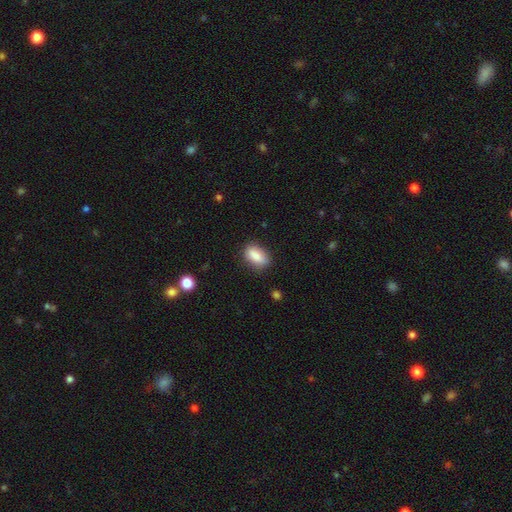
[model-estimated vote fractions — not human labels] A smooth galaxy with no disk features (86%) that is in between round and cigar-shaped (86%).

Vote fractions:
- Smooth or featured? smooth: 86% / star or artifact: 7% / featured or disk: 7%
- How rounded? in between: 86% / cigar-shaped: 8% / round: 6%
- Merging? none: 81% / minor disturbance: 14% / major disturbance: 3% / merger: 2%